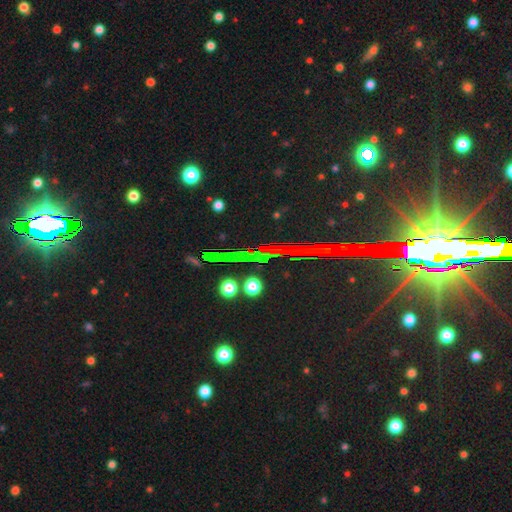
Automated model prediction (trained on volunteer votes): The model was most divided on "smooth or featured": star or artifact: 78%, featured or disk: 14%, smooth: 9%.